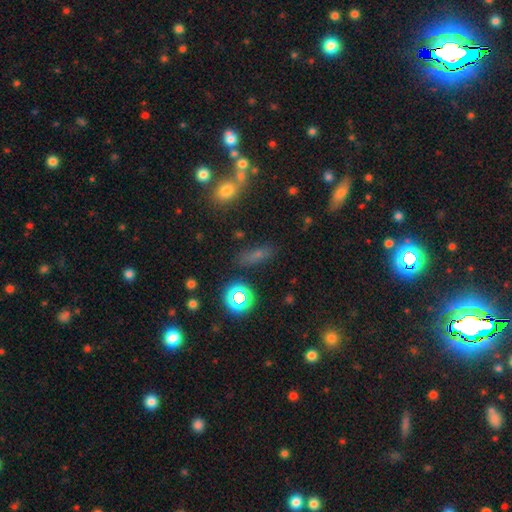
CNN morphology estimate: smooth_or_featured: smooth (p=0.59) [alt: star or artifact p=0.26]
how_rounded: in between (p=0.49) [alt: cigar-shaped p=0.38]
merging: none (p=0.76) [alt: minor disturbance p=0.13]